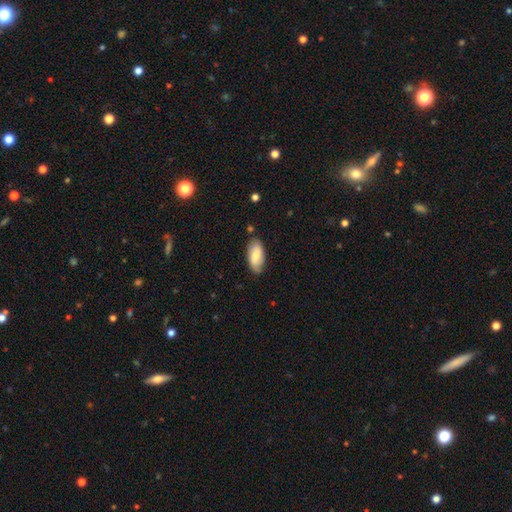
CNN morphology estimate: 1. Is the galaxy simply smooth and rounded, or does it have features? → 72% smooth, 21% featured or disk, 6% star or artifact.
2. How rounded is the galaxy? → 92% in between, 6% cigar-shaped, 2% round.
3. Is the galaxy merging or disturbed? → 77% none, 18% minor disturbance, 3% major disturbance, 2% merger.